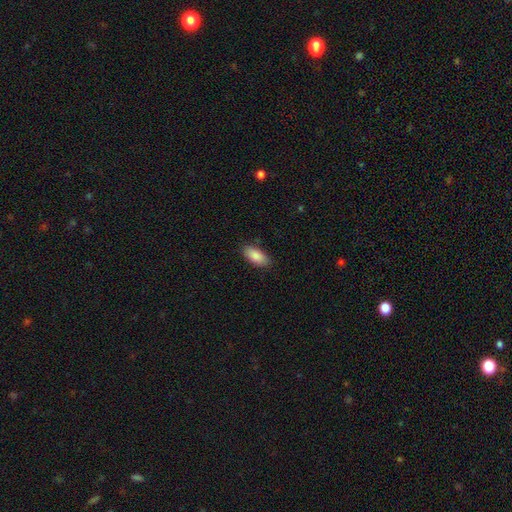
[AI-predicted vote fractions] Overall: smooth (87%). How rounded: in between (90%). Merging: none (86%).